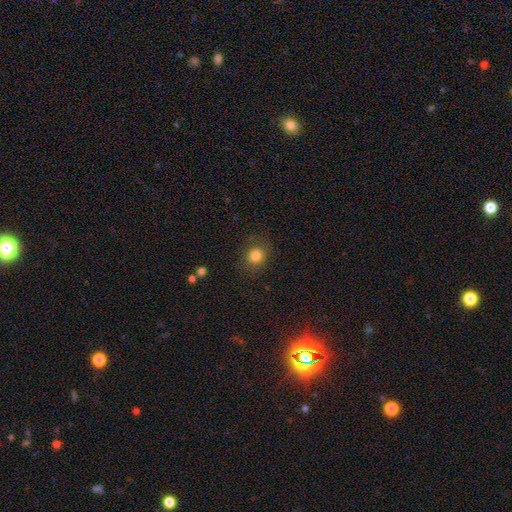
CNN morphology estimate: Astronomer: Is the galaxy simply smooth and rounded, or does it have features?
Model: smooth — 81%.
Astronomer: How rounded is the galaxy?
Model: round — 76%.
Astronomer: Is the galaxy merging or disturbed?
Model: none — 82%.